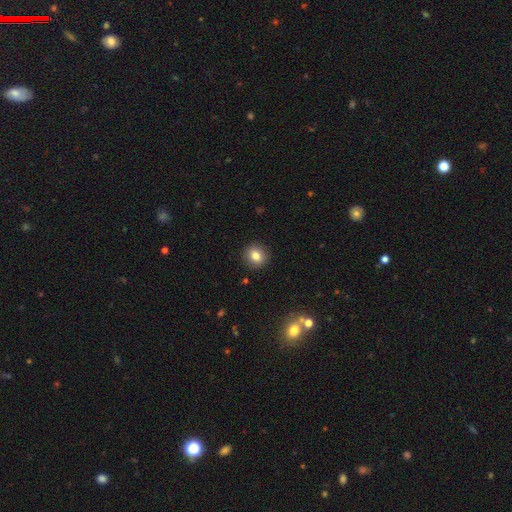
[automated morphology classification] Overall: smooth (80%). How rounded: round (89%). Merging: none (92%).